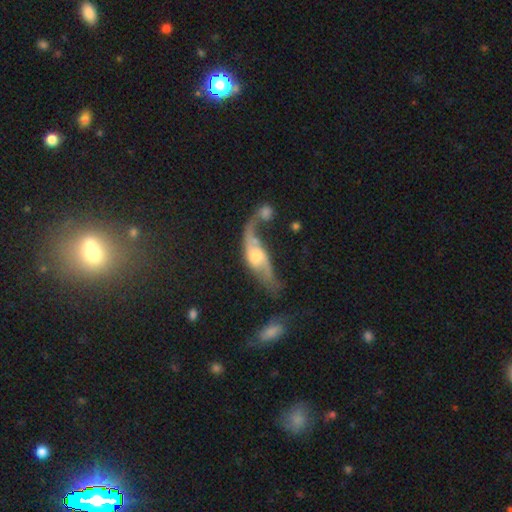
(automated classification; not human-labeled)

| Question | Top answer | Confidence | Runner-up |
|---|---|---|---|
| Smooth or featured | featured or disk | 73% | smooth (20%) |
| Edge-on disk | no | 83% | yes (17%) |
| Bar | no | 56% | weak (35%) |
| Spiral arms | yes | 84% | no (16%) |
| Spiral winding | loose | 79% | medium (15%) |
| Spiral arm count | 2 | 82% | 1 (8%) |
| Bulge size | moderate | 48% | small (28%) |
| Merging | merger | 30% | major disturbance (28%) |